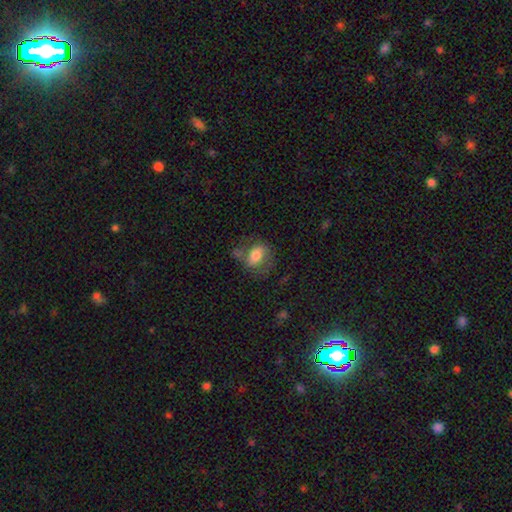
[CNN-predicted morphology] smooth 61%, featured or disk 31%, star or artifact 9%. Down the decision tree: how rounded — in between (74%); merging — none (47%).